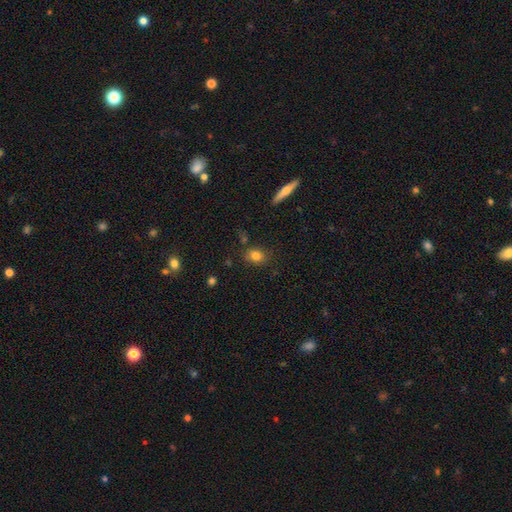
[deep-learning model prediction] smooth 80%, star or artifact 11%, featured or disk 9%. Down the decision tree: how rounded — round (50%); merging — none (80%).